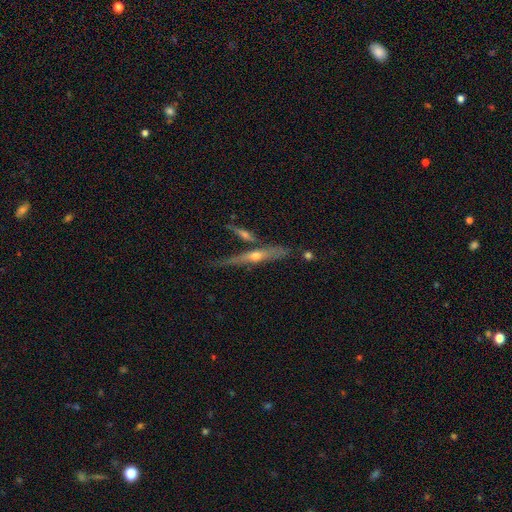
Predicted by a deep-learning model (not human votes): Morphology: type=featured or disk (67%); edge-on=yes (90%); edge-on bulge=rounded (82%); merging=none (62%).